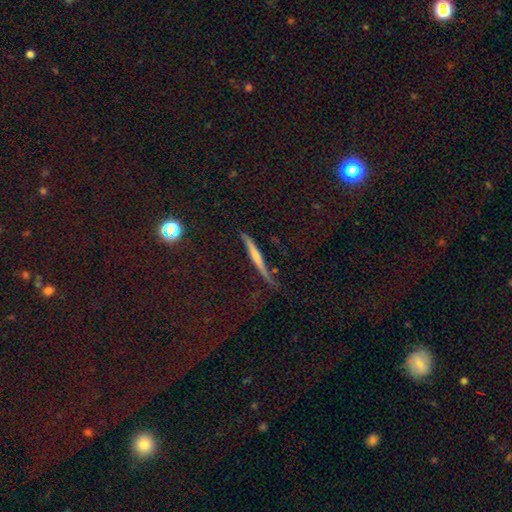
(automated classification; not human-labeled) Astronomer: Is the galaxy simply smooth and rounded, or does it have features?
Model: featured or disk — 58%.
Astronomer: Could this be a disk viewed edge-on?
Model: yes — 91%.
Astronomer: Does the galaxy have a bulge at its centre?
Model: rounded — 58%.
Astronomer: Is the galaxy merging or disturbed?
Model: none — 76%.